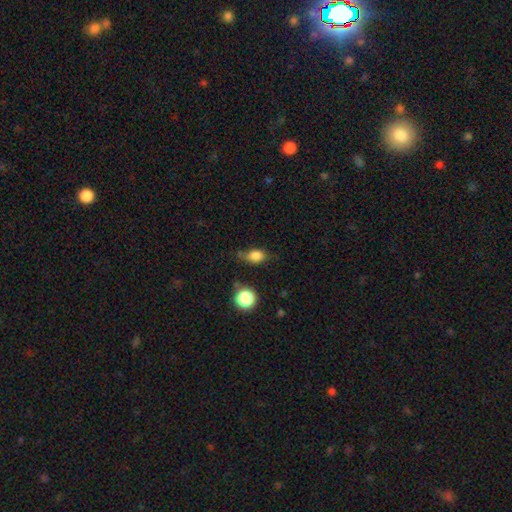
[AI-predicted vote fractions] Smooth or featured: smooth — 81% (star or artifact — 11%)
How rounded: in between — 67% (round — 30%)
Merging: none — 50% (minor disturbance — 33%)